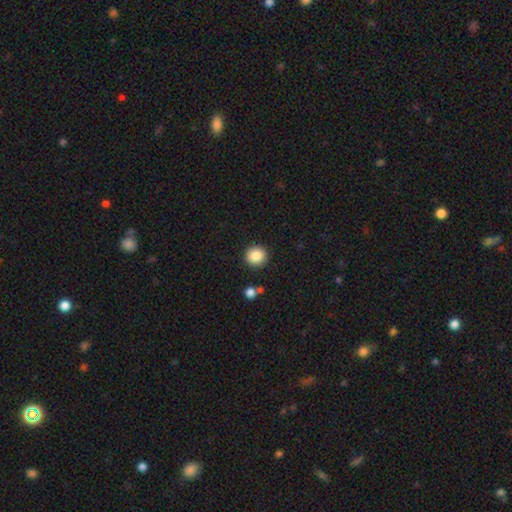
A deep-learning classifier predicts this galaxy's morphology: Smooth or featured? Predicted: smooth (p=0.87). How rounded? Predicted: round (p=0.88). Merging? Predicted: none (p=0.89).